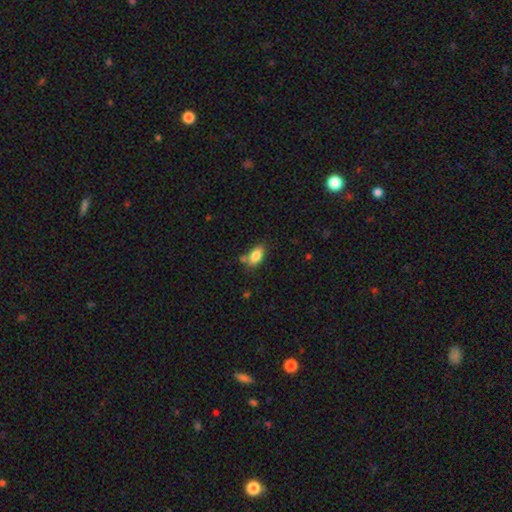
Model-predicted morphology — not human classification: Smooth or featured: smooth — 83% (featured or disk — 9%)
How rounded: in between — 90% (round — 5%)
Merging: none — 67% (minor disturbance — 17%)